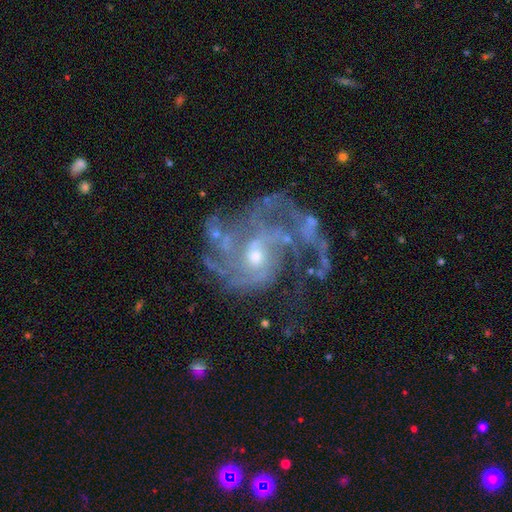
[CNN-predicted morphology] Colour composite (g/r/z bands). It shows a featured or disk galaxy (85%) with no bar (70%), medium (43%) spiral arms (90%) and a small central bulge (54%). Merging: major disturbance (39%).